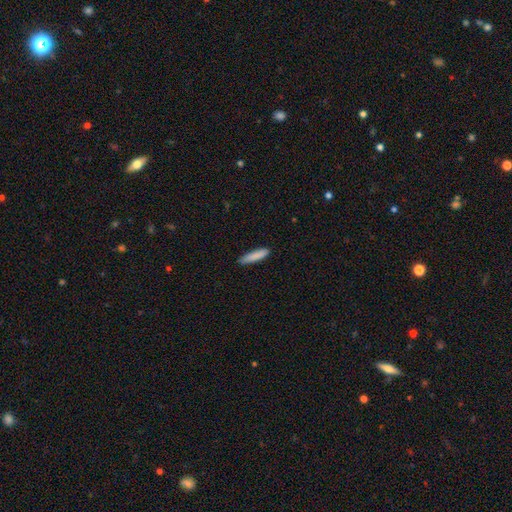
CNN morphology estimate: Smooth or featured?
  - smooth: 86% *
  - featured or disk: 8%
  - star or artifact: 6%
How rounded?
  - cigar-shaped: 83% *
  - in between: 15%
  - round: 1%
Merging?
  - none: 85% *
  - minor disturbance: 11%
  - major disturbance: 2%
  - merger: 1%